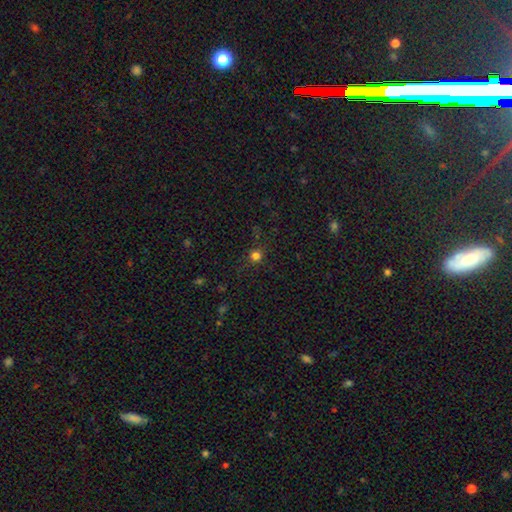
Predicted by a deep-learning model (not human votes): Smooth or featured?
  - smooth: 72% *
  - star or artifact: 22%
  - featured or disk: 6%
How rounded?
  - round: 93% *
  - in between: 6%
  - cigar-shaped: 1%
Merging?
  - none: 85% *
  - minor disturbance: 9%
  - major disturbance: 4%
  - merger: 2%